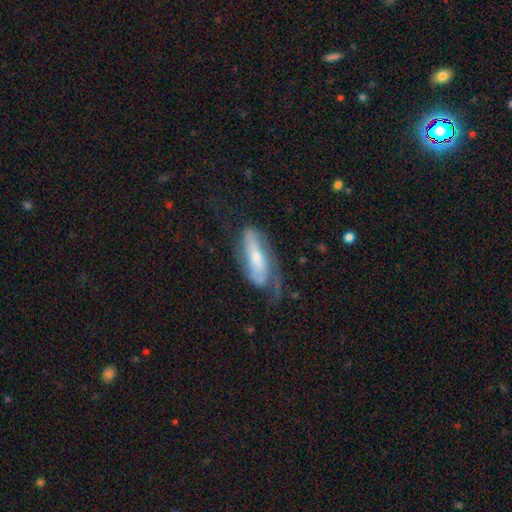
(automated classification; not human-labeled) A featured or disk galaxy (67%) with no bar (43%), spiral arms (84%) and a small central bulge (49%). Merging: none (47%).